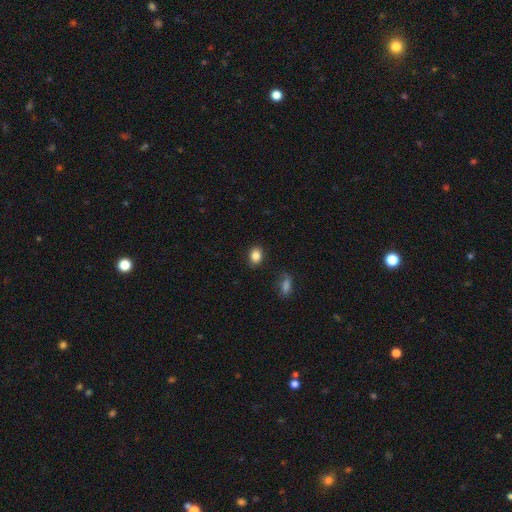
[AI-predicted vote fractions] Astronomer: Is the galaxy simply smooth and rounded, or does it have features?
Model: smooth — 85%.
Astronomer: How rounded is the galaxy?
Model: in between — 62%.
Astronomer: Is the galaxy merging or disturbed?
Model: none — 86%.